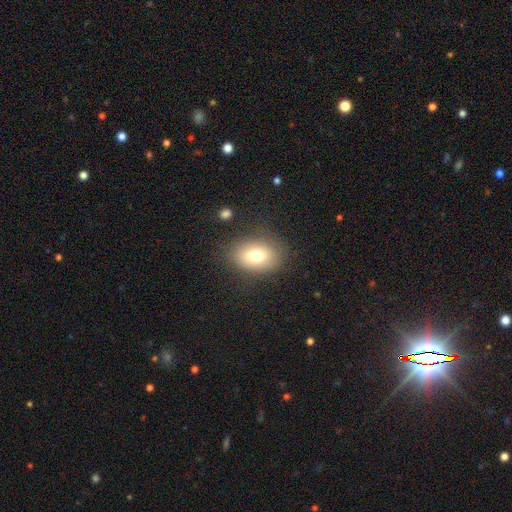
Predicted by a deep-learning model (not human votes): A smooth galaxy with no disk features (74%) that is in between round and cigar-shaped (77%).

Vote fractions:
- Smooth or featured? smooth: 74% / featured or disk: 15% / star or artifact: 10%
- How rounded? in between: 77% / round: 22% / cigar-shaped: 1%
- Merging? none: 82% / minor disturbance: 12% / major disturbance: 5% / merger: 2%